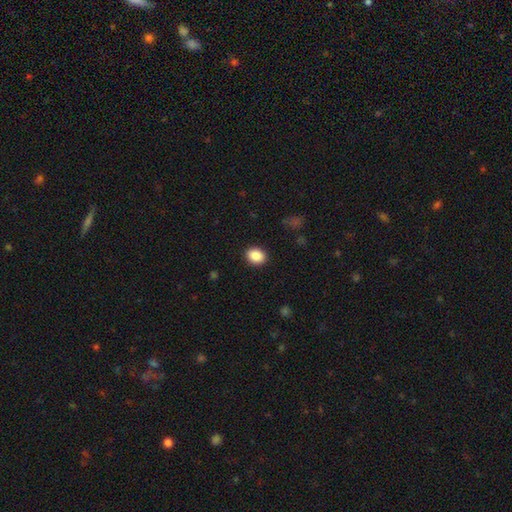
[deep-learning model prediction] This appears to be a smooth galaxy with no disk features (89%) that is in between round and cigar-shaped (54%). Merging: none (90%).